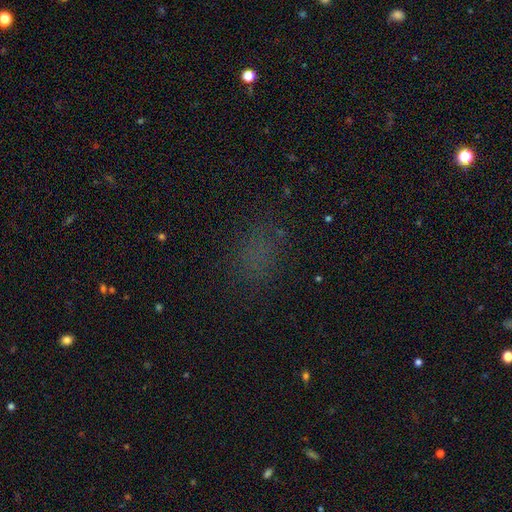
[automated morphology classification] type=smooth (58%); roundness=in between (65%); merging=none (76%).